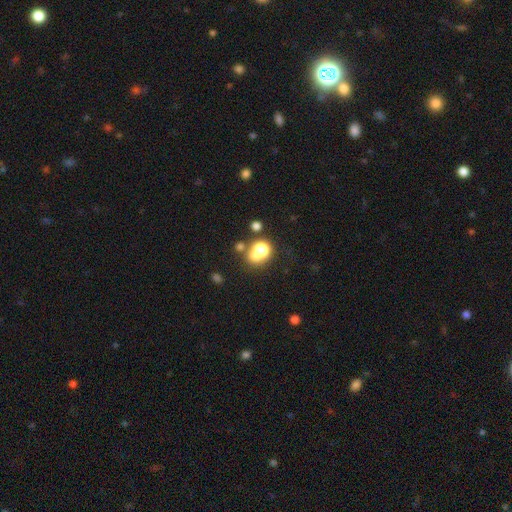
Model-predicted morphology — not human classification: Overall: smooth (64%). How rounded: round (69%; in between 30%). Merging: none (45%; merger 36%).